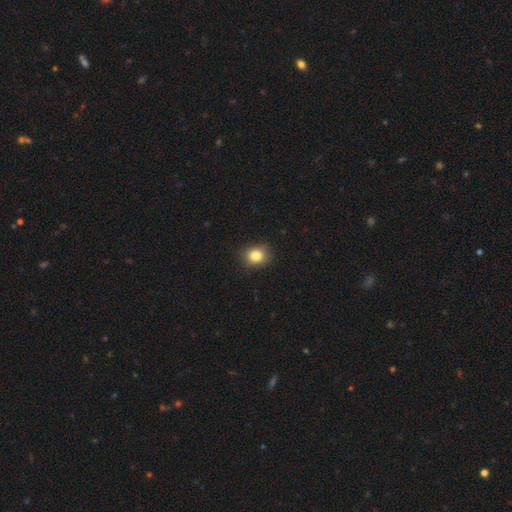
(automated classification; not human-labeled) This is clearly a smooth galaxy (82%). How rounded: likely round (68%). Merging: clearly none (82%).